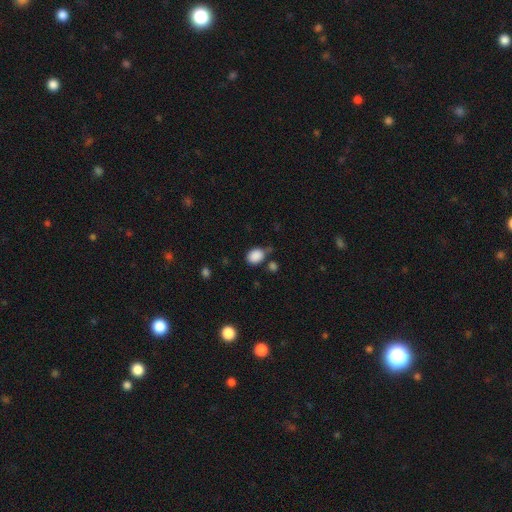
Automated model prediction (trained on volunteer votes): Smooth or featured? smooth (87%)
How rounded? in between (54%)
Merging? none (65%)